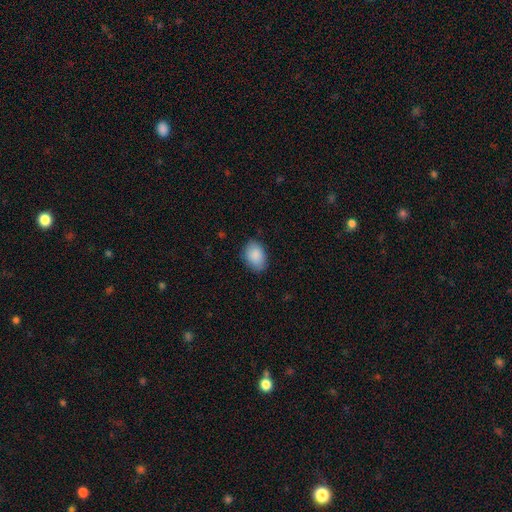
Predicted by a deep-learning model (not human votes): Smooth or featured?
  - smooth: 89% *
  - star or artifact: 6%
  - featured or disk: 5%
How rounded?
  - in between: 85% *
  - round: 14%
  - cigar-shaped: 1%
Merging?
  - none: 82% *
  - minor disturbance: 14%
  - major disturbance: 3%
  - merger: 1%